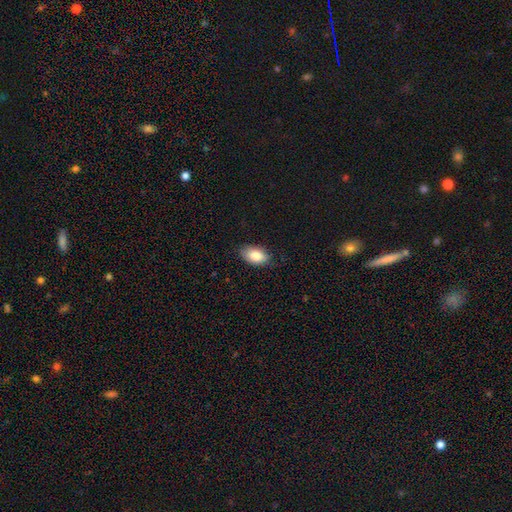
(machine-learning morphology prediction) Smooth or featured: smooth — 84% (featured or disk — 9%)
How rounded: in between — 92% (round — 6%)
Merging: none — 82% (minor disturbance — 15%)